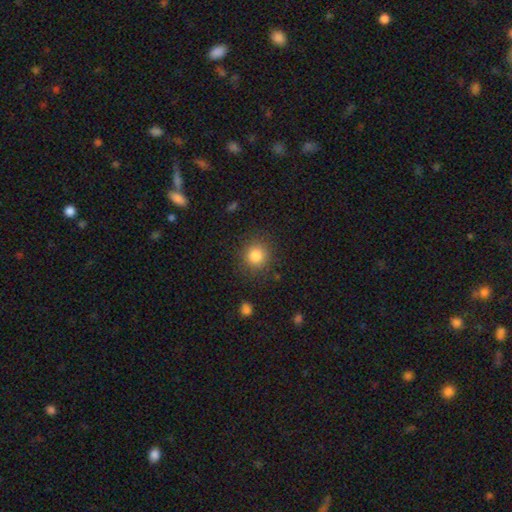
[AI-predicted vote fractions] Smooth or featured?
  - smooth: 84% *
  - star or artifact: 11%
  - featured or disk: 6%
How rounded?
  - round: 91% *
  - in between: 8%
  - cigar-shaped: 1%
Merging?
  - none: 87% *
  - minor disturbance: 8%
  - major disturbance: 3%
  - merger: 2%